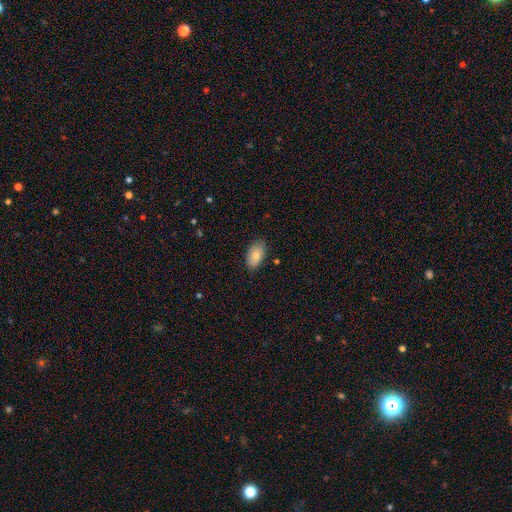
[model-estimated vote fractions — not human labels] Overall: smooth (78%). How rounded: in between (93%). Merging: none (79%).